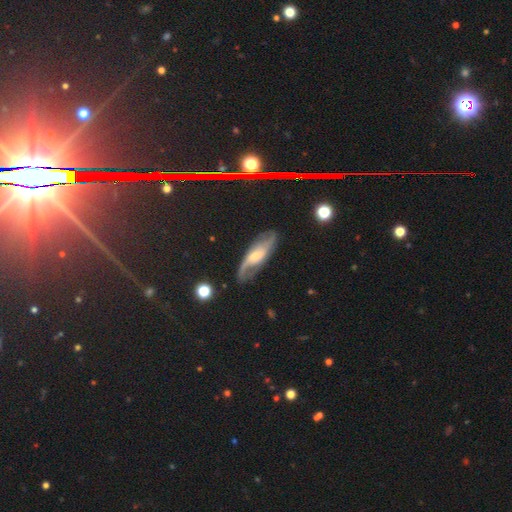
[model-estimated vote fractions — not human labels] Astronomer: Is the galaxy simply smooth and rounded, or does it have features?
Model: featured or disk — 71%.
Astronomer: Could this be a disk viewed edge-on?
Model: no — 84%.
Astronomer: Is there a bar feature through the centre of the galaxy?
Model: no — 44% (runner-up: weak, 42%).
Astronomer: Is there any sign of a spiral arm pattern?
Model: yes — 93%.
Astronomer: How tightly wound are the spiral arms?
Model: loose — 51% (runner-up: medium, 36%).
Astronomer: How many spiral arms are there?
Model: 2 — 84%.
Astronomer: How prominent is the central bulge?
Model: moderate — 35% (runner-up: large, 24%).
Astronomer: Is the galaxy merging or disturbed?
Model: none — 70%.